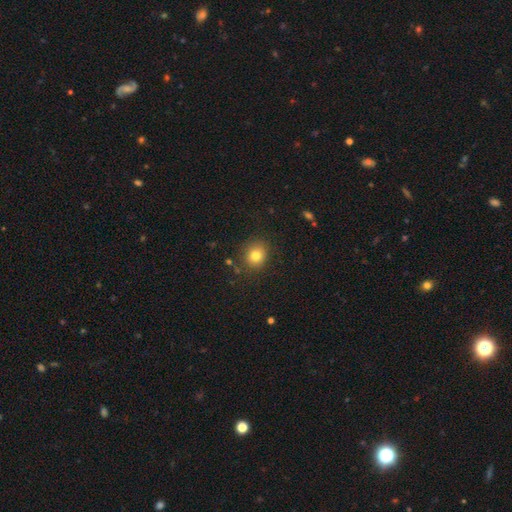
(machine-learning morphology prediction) type=smooth (80%); roundness=round (79%); merging=none (85%).